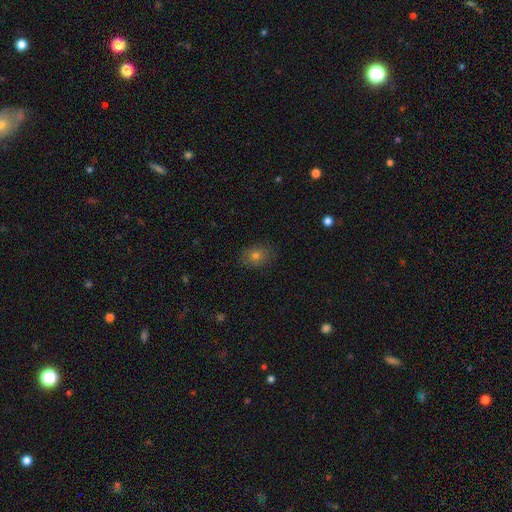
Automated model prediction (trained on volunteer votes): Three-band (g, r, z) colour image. It shows a smooth galaxy with no disk features (72%) that is in between round and cigar-shaped (59%). Merging: none (85%).